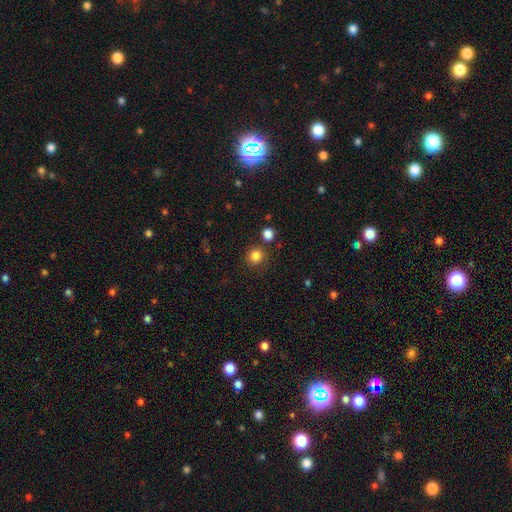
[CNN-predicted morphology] smooth 83%, star or artifact 12%, featured or disk 4%. Down the decision tree: how rounded — round (90%); merging — none (82%).